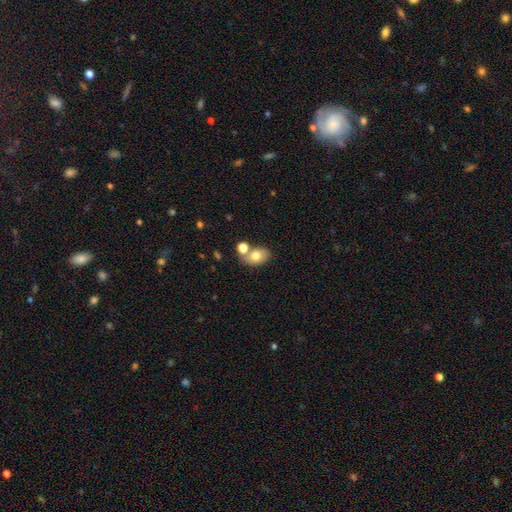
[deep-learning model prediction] smooth-or-featured: smooth: 75% | featured or disk: 16% | star or artifact: 9%
  how-rounded: in between: 78% | round: 21% | cigar-shaped: 1%
  merging: none: 59% | merger: 24% | minor disturbance: 13% | major disturbance: 4%